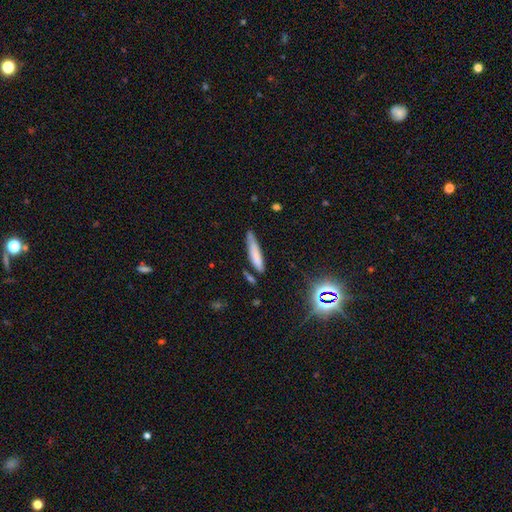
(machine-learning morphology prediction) smooth 73%, featured or disk 17%, star or artifact 9%. Down the decision tree: how rounded — cigar-shaped (87%); merging — none (64%).